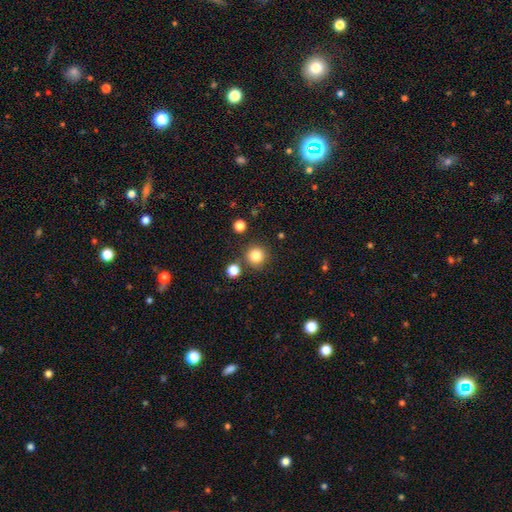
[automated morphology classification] smooth 83%, star or artifact 12%, featured or disk 5%. Down the decision tree: how rounded — round (94%); merging — none (84%).